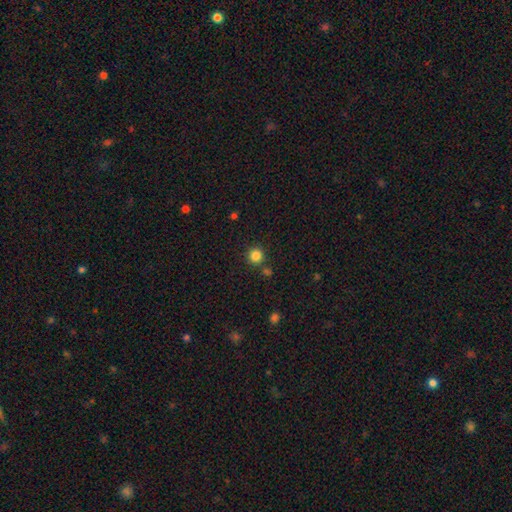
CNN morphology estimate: type=smooth (84%); roundness=round (94%); merging=none (83%).